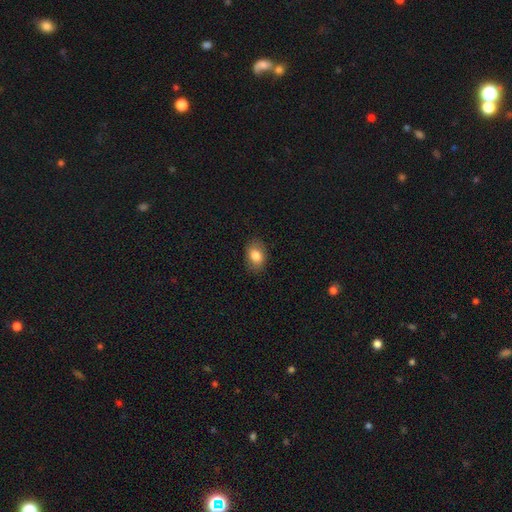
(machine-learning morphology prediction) smooth_or_featured: smooth (p=0.82) [alt: featured or disk p=0.10]
how_rounded: in between (p=0.78) [alt: round p=0.20]
merging: none (p=0.83) [alt: minor disturbance p=0.13]